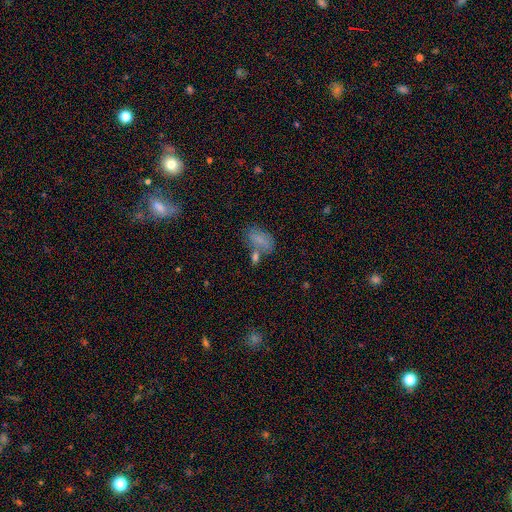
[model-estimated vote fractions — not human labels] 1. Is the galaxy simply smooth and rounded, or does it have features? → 73% smooth, 13% featured or disk, 13% star or artifact.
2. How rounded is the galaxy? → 86% in between, 8% round, 5% cigar-shaped.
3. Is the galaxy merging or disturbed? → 51% none, 22% merger, 19% minor disturbance, 8% major disturbance.